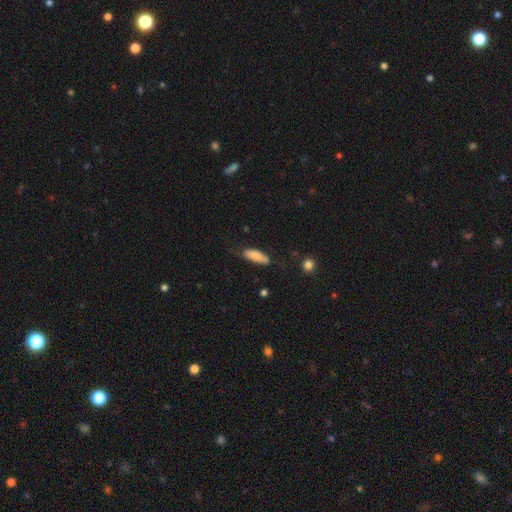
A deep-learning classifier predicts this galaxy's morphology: smooth_or_featured: smooth (p=0.83) [alt: featured or disk p=0.11]
how_rounded: in between (p=0.58) [alt: cigar-shaped p=0.40]
merging: none (p=0.66) [alt: minor disturbance p=0.25]